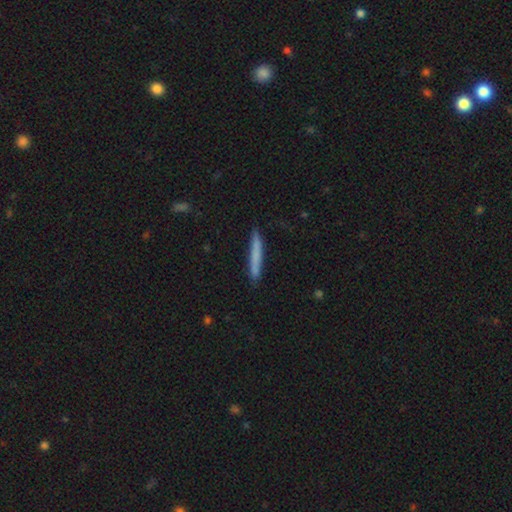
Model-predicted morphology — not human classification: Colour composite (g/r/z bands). It shows a smooth galaxy with no disk features (72%) that is cigar-shaped (96%). Merging: none (88%).